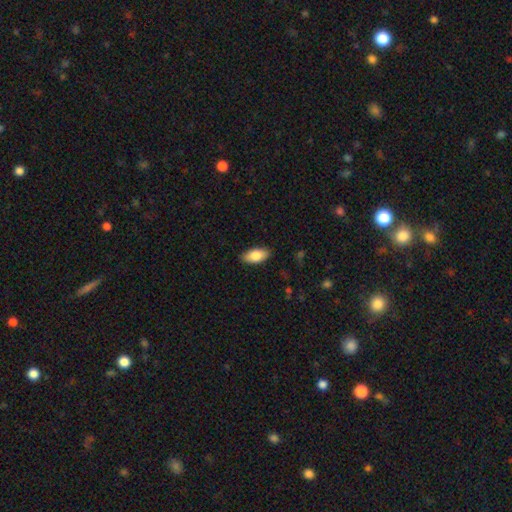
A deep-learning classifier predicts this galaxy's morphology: This appears to be a smooth galaxy with no disk features (83%) that is in between round and cigar-shaped (91%). Merging: none (89%).